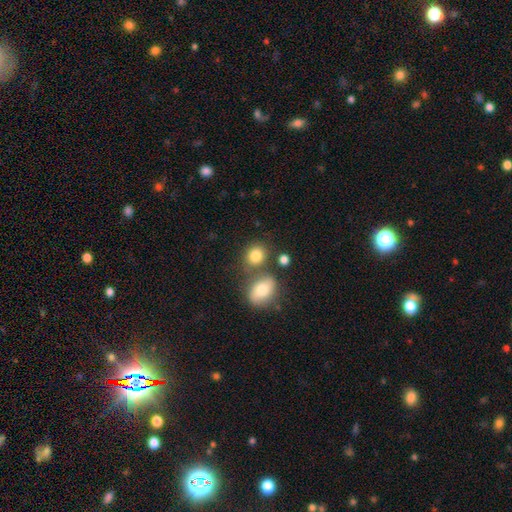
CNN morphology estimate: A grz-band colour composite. It shows a smooth galaxy with no disk features (82%) that is round (61%). Merging: none (62%).